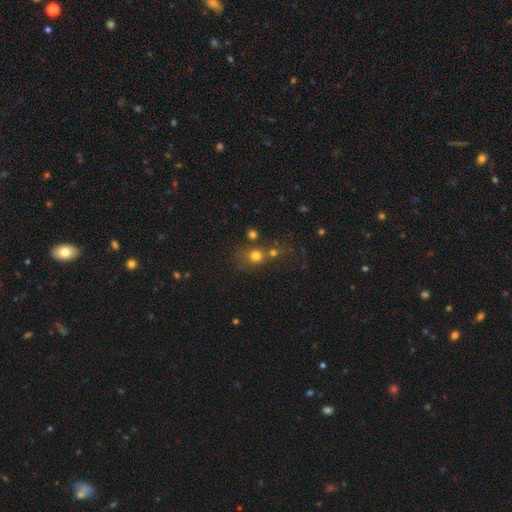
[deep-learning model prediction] Smooth or featured? smooth (69%)
How rounded? round (82%)
Merging? none (48%)